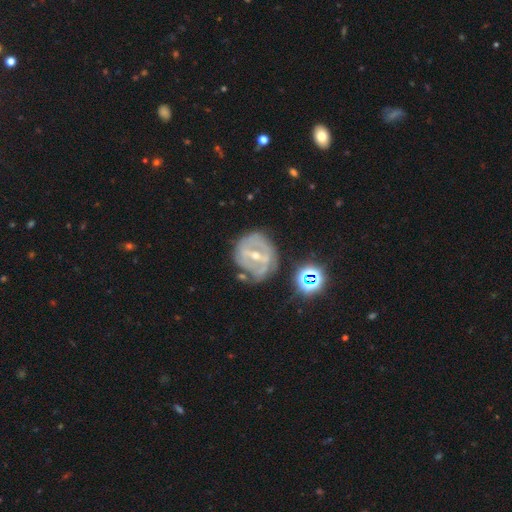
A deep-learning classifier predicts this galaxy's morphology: This is likely a featured or disk galaxy (79%). It is clearly not viewed edge-on (95%). Bar: possibly strong (54%). Spiral arm pattern: likely yes (69%). Spiral arm count: possibly 2 (46%). Spiral winding: possibly tight (55%). Central bulge: possibly small (49%). Merging: possibly none (59%).